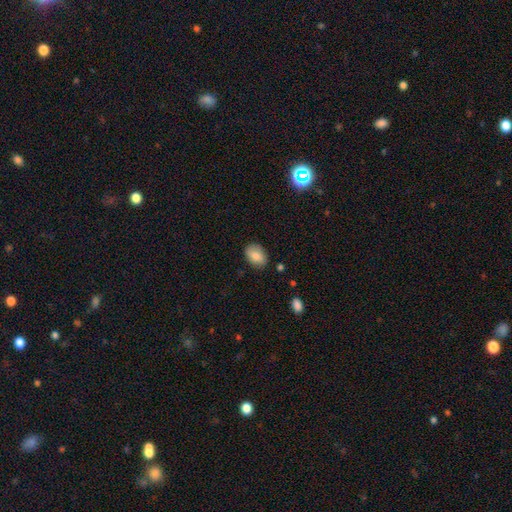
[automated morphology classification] The model was most divided on "merging": none: 82%, minor disturbance: 14%, major disturbance: 3%, merger: 2%. More confident: smooth or featured — smooth (84%); how rounded — in between (84%).